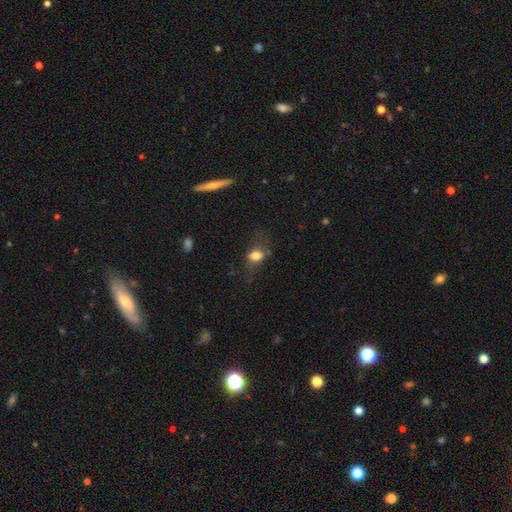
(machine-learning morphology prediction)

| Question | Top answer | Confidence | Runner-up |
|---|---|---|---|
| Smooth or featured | smooth | 71% | featured or disk (18%) |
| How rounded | in between | 60% | round (36%) |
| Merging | none | 49% | major disturbance (25%) |